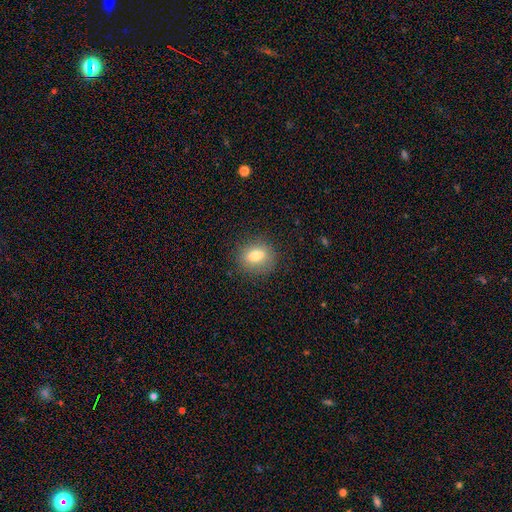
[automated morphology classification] Overall: smooth (72%). How rounded: round (59%; in between 39%). Merging: none (86%).